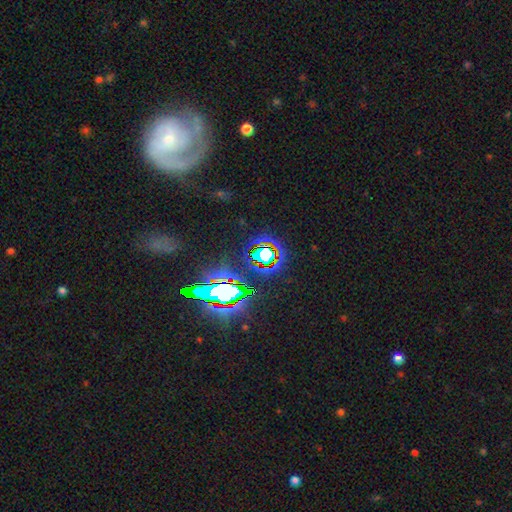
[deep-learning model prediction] A star or artifact, not a galaxy (54%).

Vote fractions:
- Smooth or featured? star or artifact: 54% / featured or disk: 28% / smooth: 18%